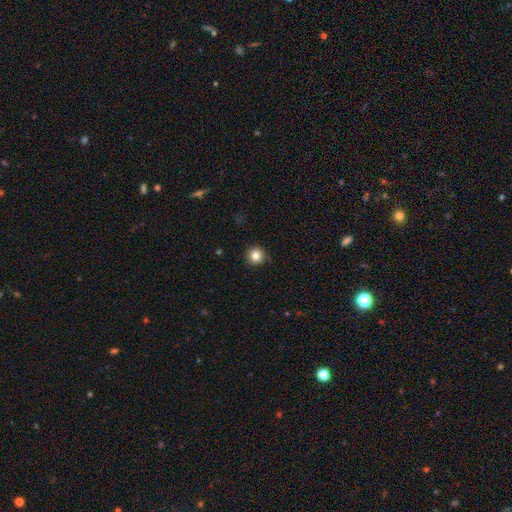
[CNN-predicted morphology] smooth 83%, star or artifact 11%, featured or disk 6%. Down the decision tree: how rounded — round (95%); merging — none (91%).